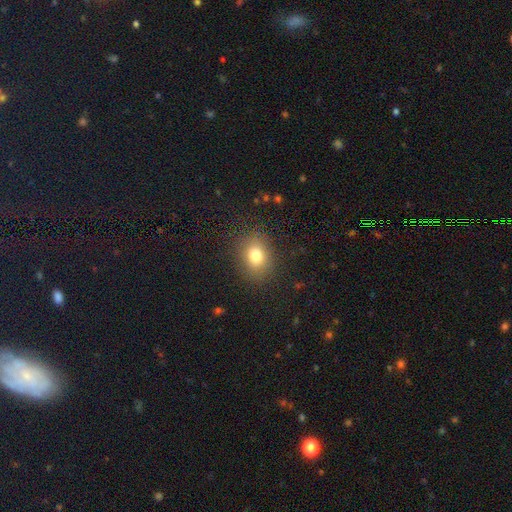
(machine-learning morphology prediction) Smooth or featured? Predicted: smooth (p=0.78). How rounded? Predicted: in between (p=0.51). Merging? Predicted: none (p=0.86).